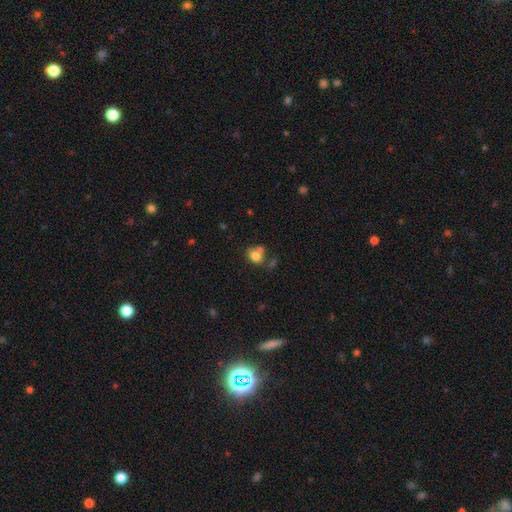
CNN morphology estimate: smooth-or-featured: smooth: 78% | star or artifact: 11% | featured or disk: 10%
  how-rounded: round: 61% | in between: 38% | cigar-shaped: 1%
  merging: none: 49% | merger: 28% | minor disturbance: 16% | major disturbance: 7%